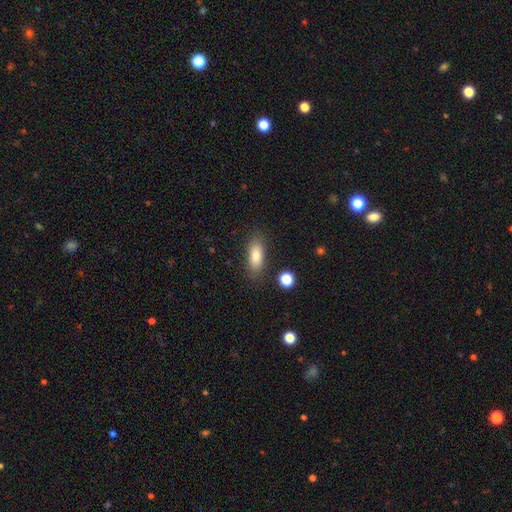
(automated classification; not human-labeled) smooth 80%, featured or disk 11%, star or artifact 8%. Down the decision tree: how rounded — in between (70%); merging — none (82%).